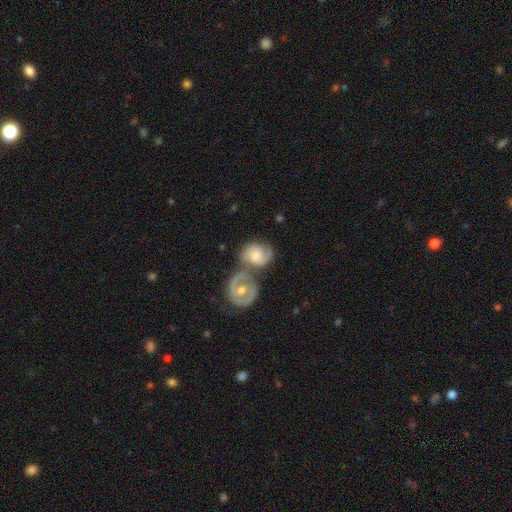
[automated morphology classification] The model was most divided on "spiral winding": medium: 46%, tight: 41%, loose: 13%. More confident: edge-on disk — no (97%); spiral arms — yes (90%); spiral arm count — 2 (72%); bar — no (65%); smooth or featured — featured or disk (64%); bulge size — moderate (59%); merging — merger (57%).